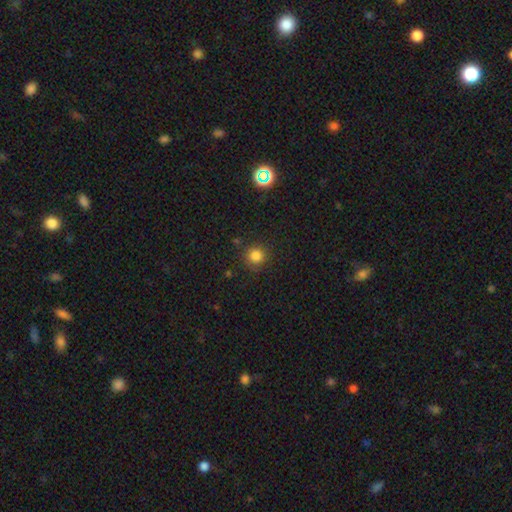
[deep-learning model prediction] Overall: smooth (82%). How rounded: round (93%). Merging: none (86%).